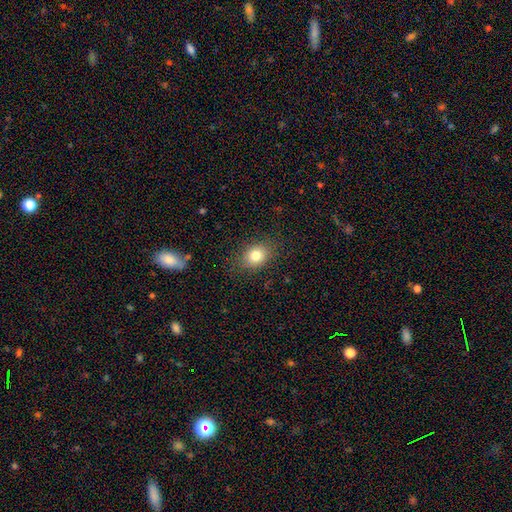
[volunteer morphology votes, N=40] Smooth or featured?
  - smooth: 82% *
  - star or artifact: 10%
  - featured or disk: 8%
How rounded?
  - in between: 55% *
  - round: 45%
  - cigar-shaped: 0%
Merging?
  - none: 78% *
  - minor disturbance: 14%
  - major disturbance: 8%
  - merger: 0%